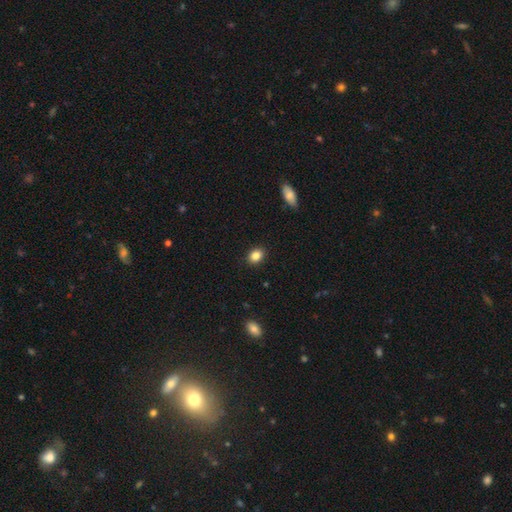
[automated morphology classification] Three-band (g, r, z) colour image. It shows a smooth galaxy with no disk features (86%) that is in between round and cigar-shaped (56%). Merging: none (90%).